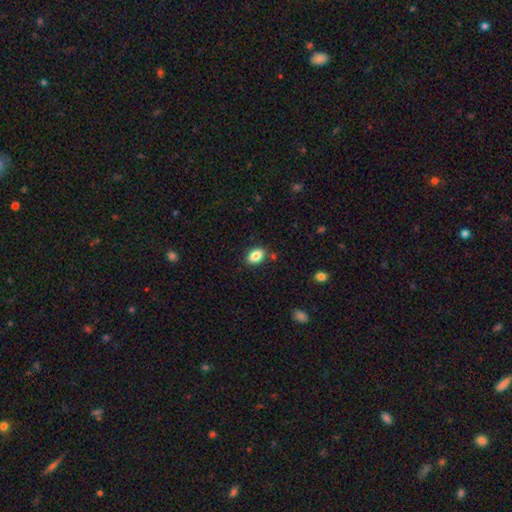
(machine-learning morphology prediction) A smooth galaxy with no disk features (86%) that is in between round and cigar-shaped (86%). Merging: none (86%).